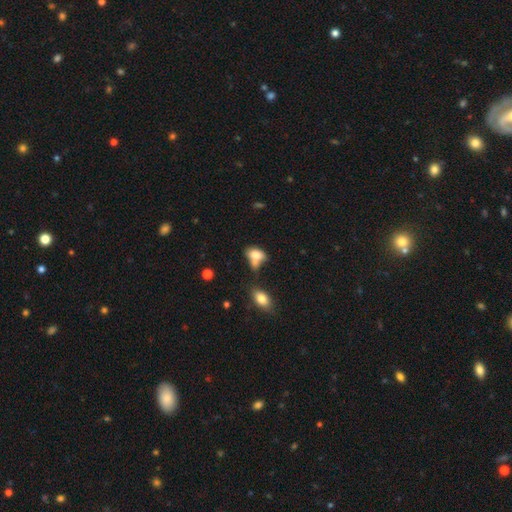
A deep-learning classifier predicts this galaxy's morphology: Smooth or featured? smooth (76%)
How rounded? in between (84%)
Merging? merger (41%)